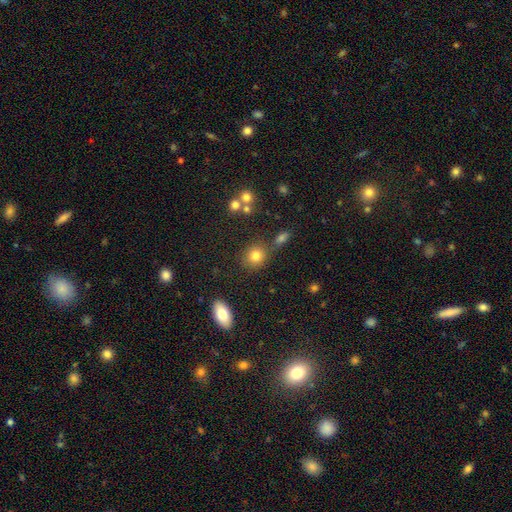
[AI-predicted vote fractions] This is likely a smooth galaxy (79%). How rounded: likely round (76%). Merging: likely none (74%).